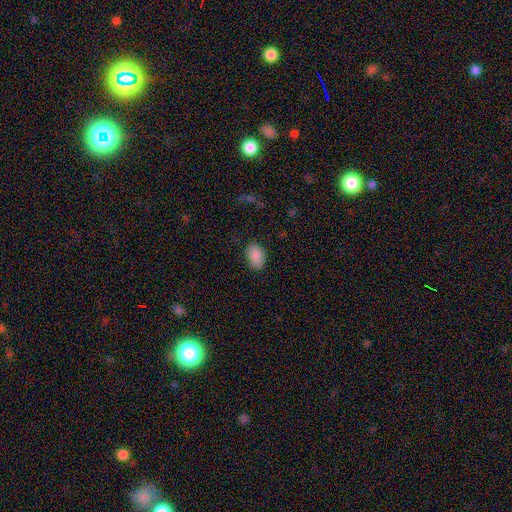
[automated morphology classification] The model was most divided on "merging": none: 82%, minor disturbance: 14%, major disturbance: 3%, merger: 1%. More confident: smooth or featured — smooth (89%); how rounded — in between (88%).